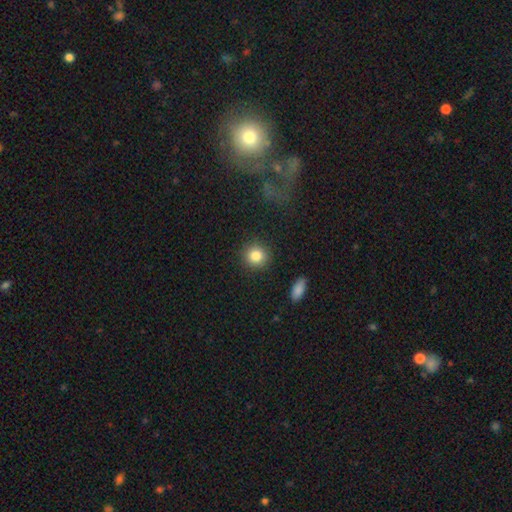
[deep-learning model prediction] Smooth or featured? Predicted: smooth (p=0.84). How rounded? Predicted: round (p=0.89). Merging? Predicted: none (p=0.89).